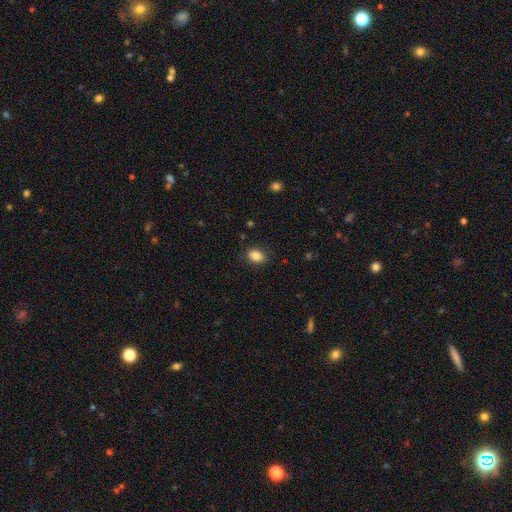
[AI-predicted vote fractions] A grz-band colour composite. It shows a smooth galaxy with no disk features (87%) that is in between round and cigar-shaped (79%). Merging: none (85%).